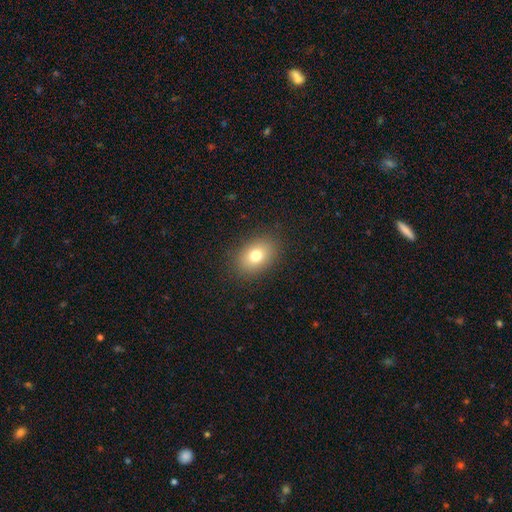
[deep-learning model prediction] Smooth or featured? Predicted: smooth (p=0.77). How rounded? Predicted: in between (p=0.71). Merging? Predicted: none (p=0.87).